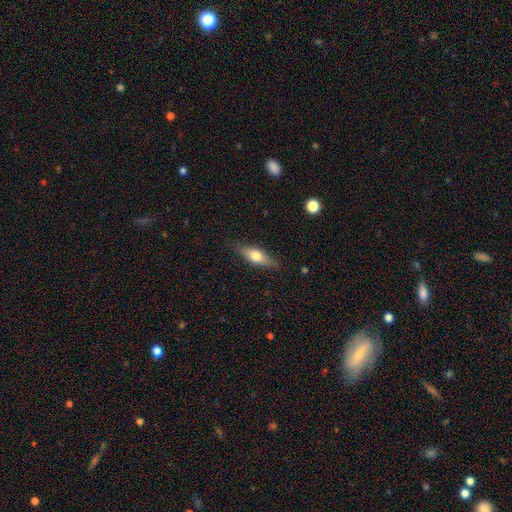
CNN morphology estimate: type=smooth (59%); roundness=in between (56%); merging=none (83%).